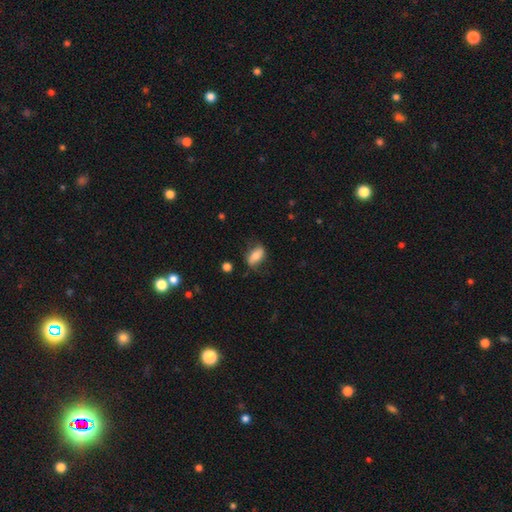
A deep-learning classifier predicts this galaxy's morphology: Q: Smooth or featured?
A: smooth (70%); runner-up: featured or disk (22%)
Q: How rounded?
A: in between (88%); runner-up: round (7%)
Q: Merging?
A: none (66%); runner-up: minor disturbance (24%)